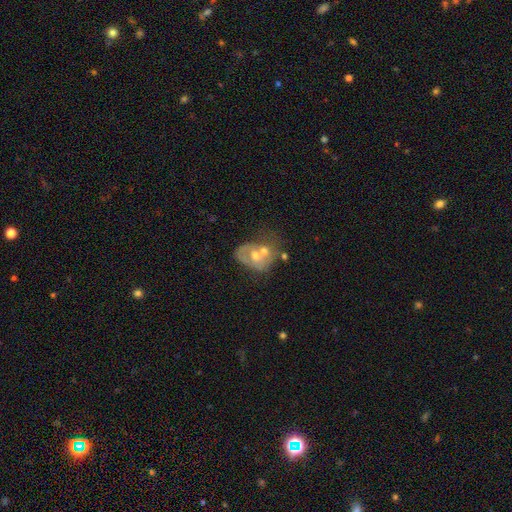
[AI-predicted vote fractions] Smooth or featured? featured or disk (52%)
Edge-on disk? no (96%)
Bar? no (87%)
Spiral arms? no (74%)
Bulge size? moderate (66%)
Merging? merger (53%)